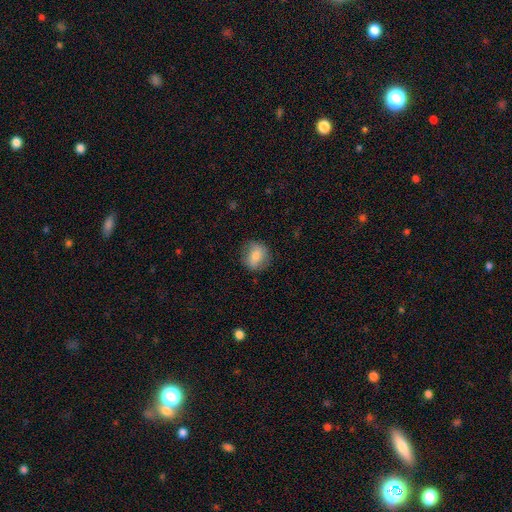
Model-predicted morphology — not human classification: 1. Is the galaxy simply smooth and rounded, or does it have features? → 74% smooth, 17% featured or disk, 8% star or artifact.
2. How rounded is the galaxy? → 76% round, 23% in between, 1% cigar-shaped.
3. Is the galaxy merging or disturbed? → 81% none, 14% minor disturbance, 4% major disturbance, 1% merger.